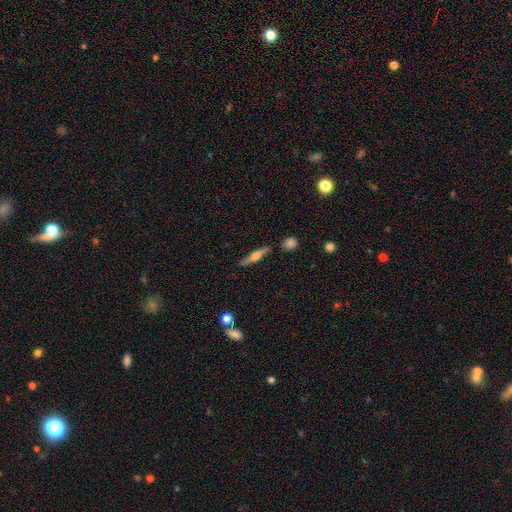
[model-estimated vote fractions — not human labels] Smooth or featured? Predicted: featured or disk (p=0.51). Edge-on disk? Predicted: yes (p=0.95). Merging? Predicted: none (p=0.84).